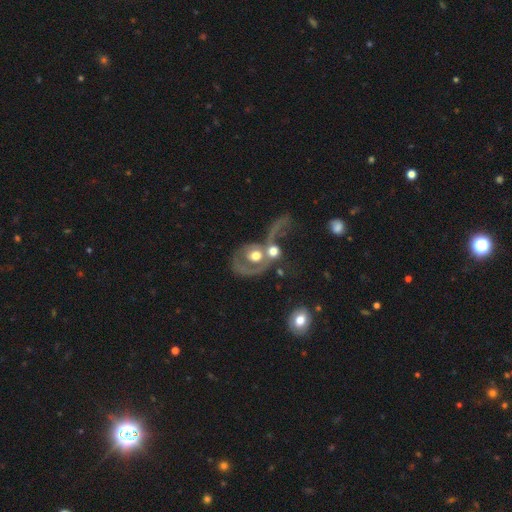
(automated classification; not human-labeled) The model was most divided on "spiral arms": no: 61%, yes: 39%. More confident: edge-on disk — no (95%); bar — no (83%); bulge size — moderate (64%); smooth or featured — featured or disk (58%); merging — merger (53%).